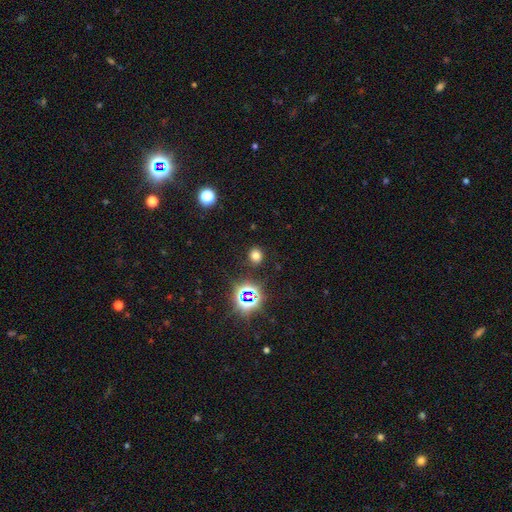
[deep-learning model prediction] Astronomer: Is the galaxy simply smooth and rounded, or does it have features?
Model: smooth — 68%.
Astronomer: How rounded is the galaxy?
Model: round — 77%.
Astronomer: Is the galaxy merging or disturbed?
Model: none — 88%.